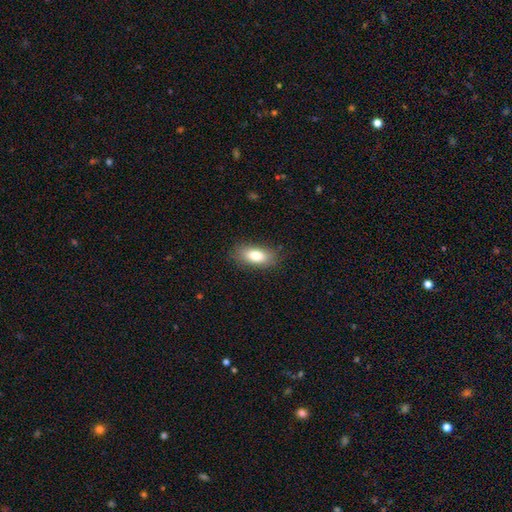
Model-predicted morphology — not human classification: Overall: smooth (81%). How rounded: in between (86%). Merging: none (84%).